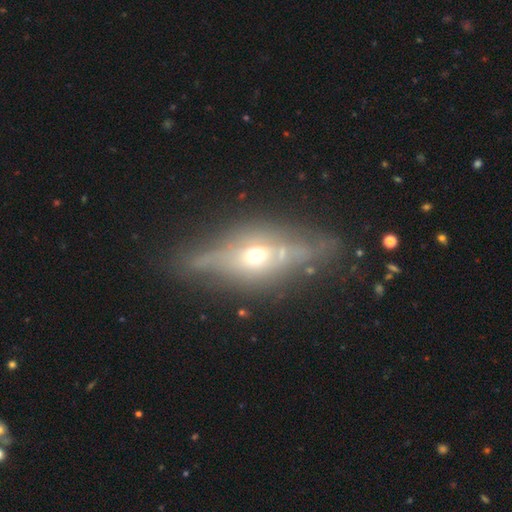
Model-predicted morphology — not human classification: A featured or disk galaxy (70%) viewed edge-on (76%) with a rounded central bulge (89%). Merging: none (69%).